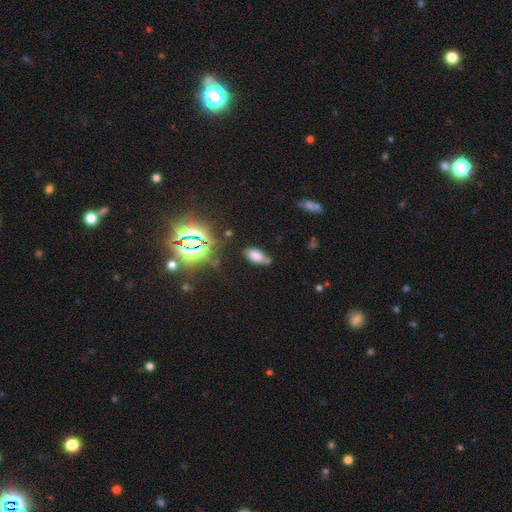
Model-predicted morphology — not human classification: Smooth or featured?
  - smooth: 66% *
  - star or artifact: 20%
  - featured or disk: 14%
How rounded?
  - in between: 88% *
  - cigar-shaped: 8%
  - round: 4%
Merging?
  - none: 61% *
  - minor disturbance: 26%
  - major disturbance: 7%
  - merger: 5%